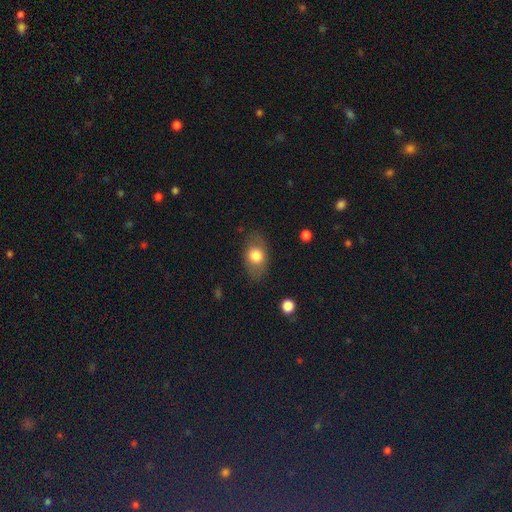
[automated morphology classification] This is likely a smooth galaxy (72%). How rounded: likely in between (78%). Merging: likely none (77%).